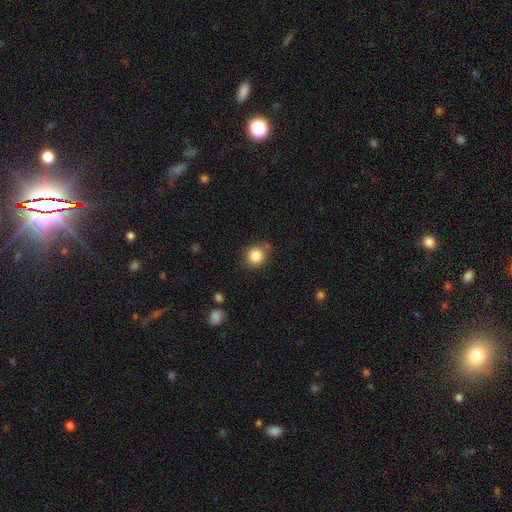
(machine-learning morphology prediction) A smooth galaxy with no disk features (84%) that is round (84%). Merging: none (78%).